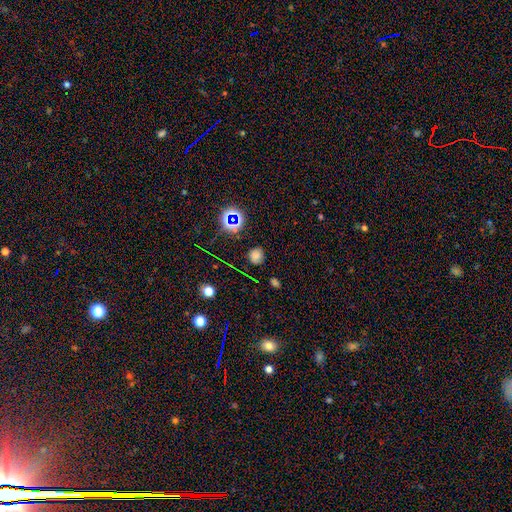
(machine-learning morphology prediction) The model was most divided on "smooth or featured": smooth: 63%, star or artifact: 30%, featured or disk: 8%. More confident: how rounded — round (85%); merging — none (82%).